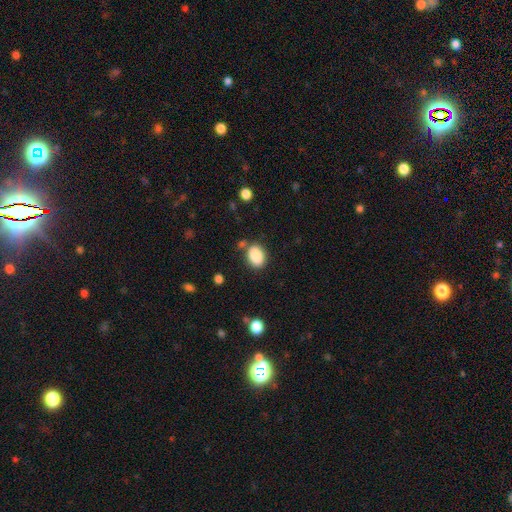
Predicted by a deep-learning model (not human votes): The model was most divided on "how rounded": in between: 76%, round: 23%, cigar-shaped: 1%. More confident: smooth or featured — smooth (88%); merging — none (75%).